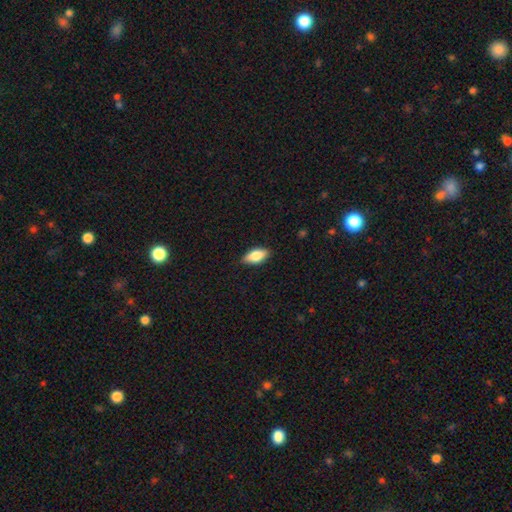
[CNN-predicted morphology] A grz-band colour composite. It shows a smooth galaxy with no disk features (80%) that is in between round and cigar-shaped (88%). Merging: none (87%).